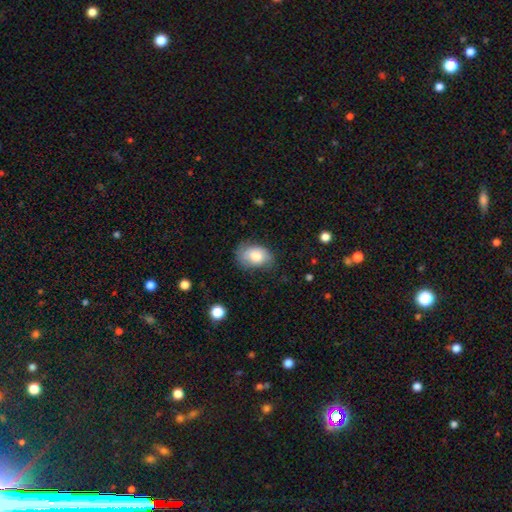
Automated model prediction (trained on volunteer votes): smooth_or_featured: smooth (p=0.79) [alt: featured or disk p=0.13]
how_rounded: in between (p=0.82) [alt: round p=0.17]
merging: none (p=0.63) [alt: minor disturbance p=0.28]